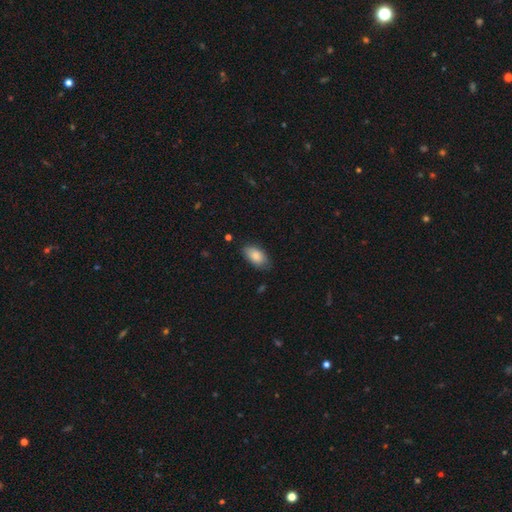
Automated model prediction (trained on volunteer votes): Smooth or featured: smooth — 84% (featured or disk — 10%)
How rounded: in between — 93% (cigar-shaped — 4%)
Merging: none — 75% (minor disturbance — 21%)